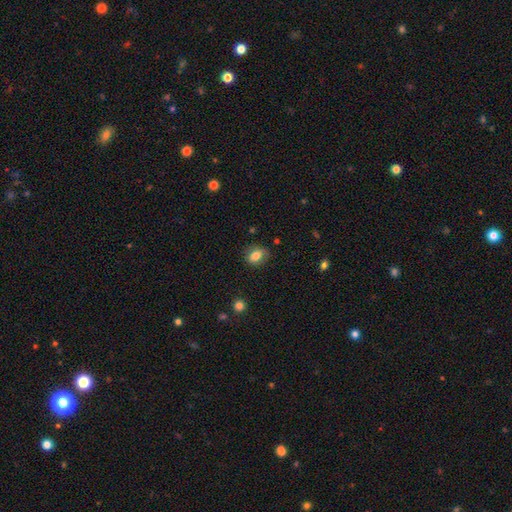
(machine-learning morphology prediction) A smooth galaxy with no disk features (80%) that is in between round and cigar-shaped (67%).

Vote fractions:
- Smooth or featured? smooth: 80% / featured or disk: 12% / star or artifact: 9%
- How rounded? in between: 67% / round: 31% / cigar-shaped: 1%
- Merging? none: 77% / minor disturbance: 17% / major disturbance: 4% / merger: 1%